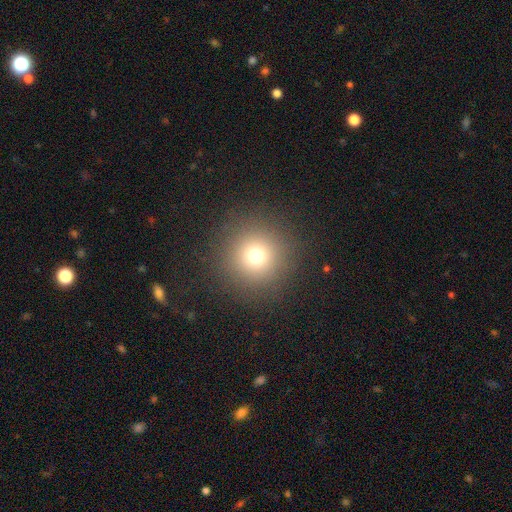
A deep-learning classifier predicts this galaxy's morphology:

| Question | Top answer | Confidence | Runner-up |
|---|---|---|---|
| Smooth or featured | smooth | 71% | star or artifact (20%) |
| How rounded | round | 96% | in between (3%) |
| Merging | none | 89% | minor disturbance (6%) |